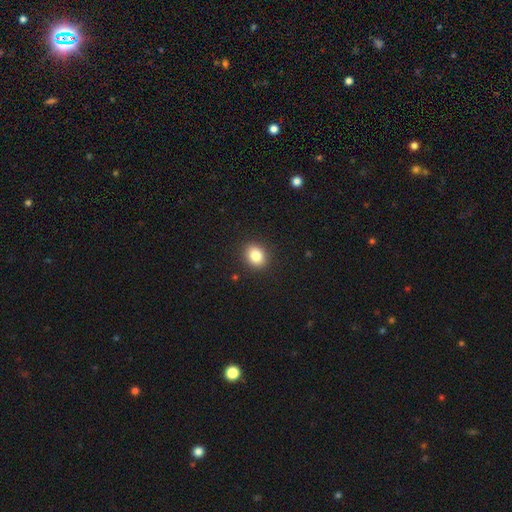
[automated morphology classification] smooth 84%, star or artifact 10%, featured or disk 6%. Down the decision tree: how rounded — round (52%); merging — none (90%).